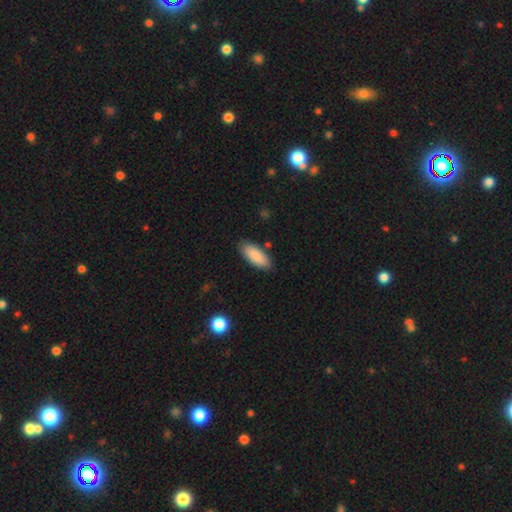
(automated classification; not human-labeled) This appears to be a smooth galaxy with no disk features (88%) that is in between round and cigar-shaped (79%). Merging: none (85%).